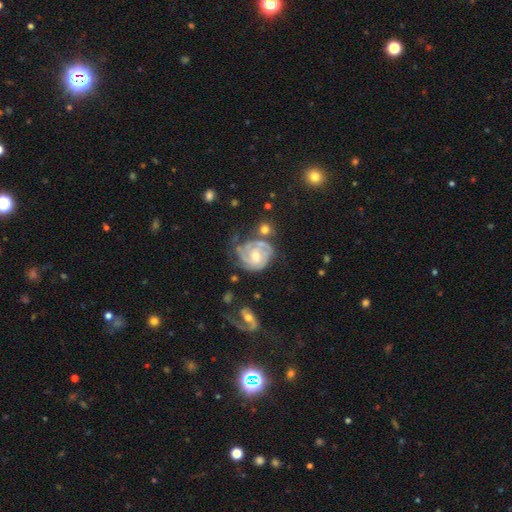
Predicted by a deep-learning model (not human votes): This is clearly a featured or disk galaxy (84%). It is clearly not viewed edge-on (98%). Bar: likely no (63%). Spiral arm pattern: clearly yes (94%). Spiral arm count: marginally 3 (33%). Spiral winding: likely tight (65%). Central bulge: likely moderate (60%). Merging: possibly none (51%).